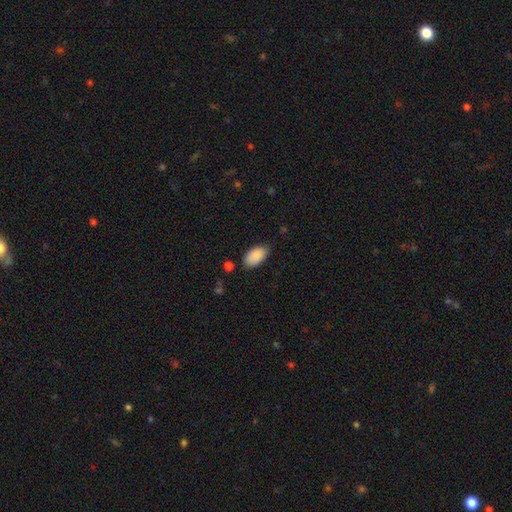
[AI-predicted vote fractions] The model was most divided on "merging": none: 77%, minor disturbance: 17%, major disturbance: 3%, merger: 2%. More confident: how rounded — in between (95%); smooth or featured — smooth (89%).